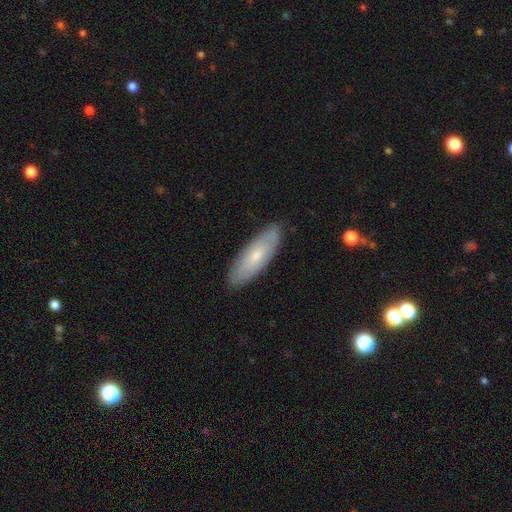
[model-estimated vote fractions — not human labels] Smooth or featured? Predicted: smooth (p=0.62). How rounded? Predicted: in between (p=0.57). Merging? Predicted: none (p=0.86).